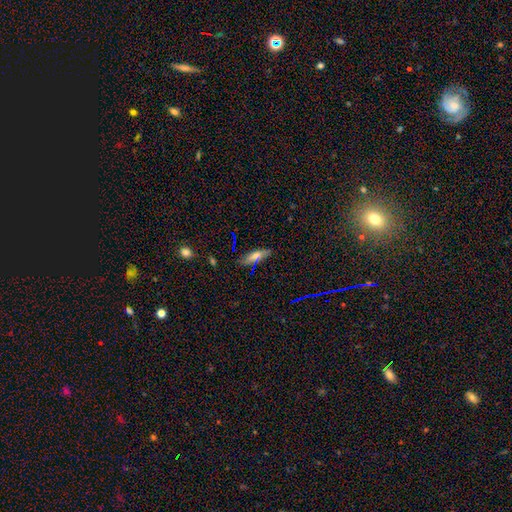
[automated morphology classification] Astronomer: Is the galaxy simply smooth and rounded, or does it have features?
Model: smooth — 61%.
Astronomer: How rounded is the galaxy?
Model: in between — 52% (runner-up: cigar-shaped, 45%).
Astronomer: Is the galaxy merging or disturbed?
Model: none — 81%.